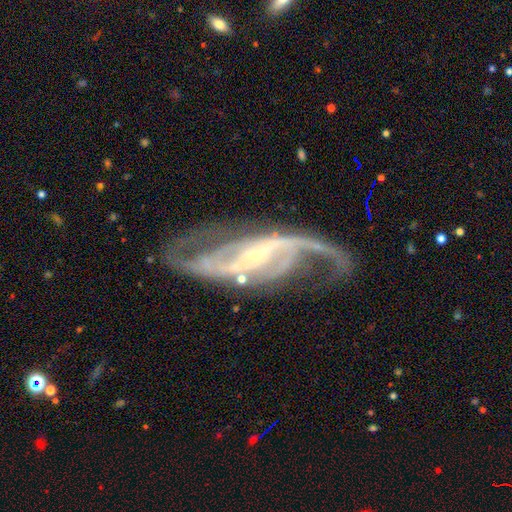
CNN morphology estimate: smooth_or_featured: featured or disk (p=0.91) [alt: star or artifact p=0.06]
disk_edge_on: no (p=0.93) [alt: yes p=0.07]
bar: strong (p=0.47) [alt: weak p=0.32]
has_spiral_arms: yes (p=0.97) [alt: no p=0.03]
spiral_winding: medium (p=0.42) [tied with: loose p=0.42]
spiral_arm_count: 2 (p=0.77) [alt: 3 p=0.07]
bulge_size: small (p=0.80) [alt: moderate p=0.14]
merging: none (p=0.60) [alt: major disturbance p=0.18]